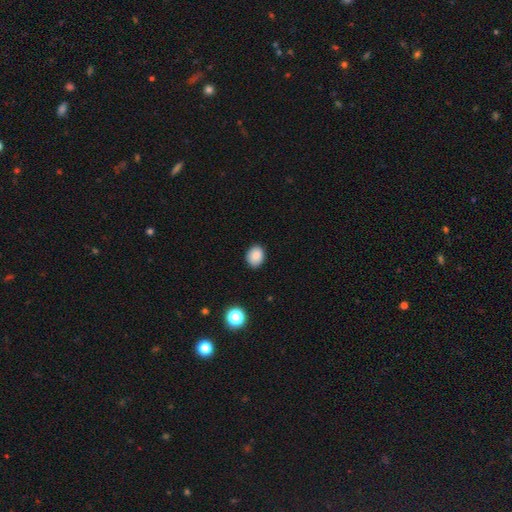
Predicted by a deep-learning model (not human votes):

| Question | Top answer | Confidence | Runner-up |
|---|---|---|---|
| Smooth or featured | smooth | 87% | star or artifact (9%) |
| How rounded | in between | 53% | round (46%) |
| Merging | none | 87% | minor disturbance (9%) |